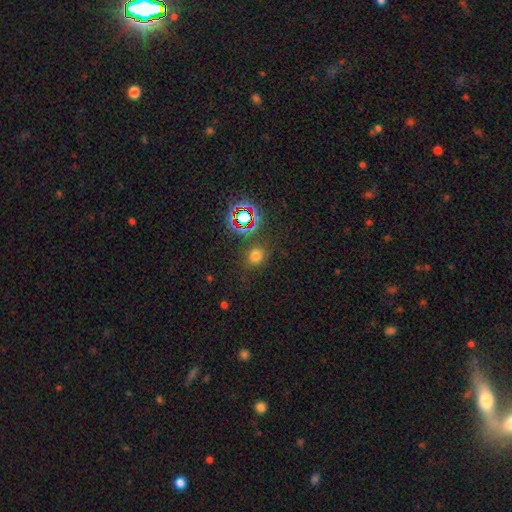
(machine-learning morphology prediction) smooth-or-featured: smooth: 67% | star or artifact: 25% | featured or disk: 7%
  how-rounded: round: 79% | in between: 19% | cigar-shaped: 1%
  merging: none: 81% | minor disturbance: 11% | major disturbance: 5% | merger: 4%